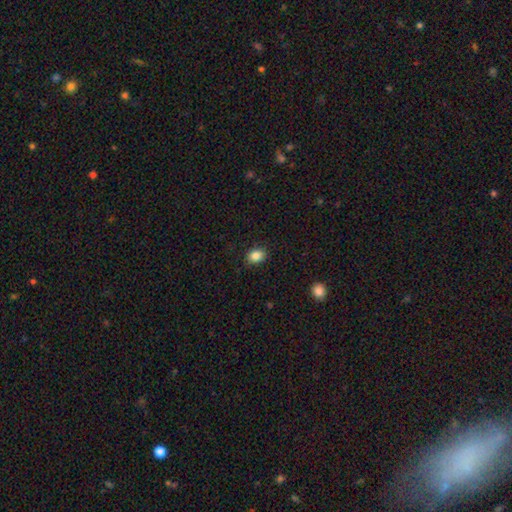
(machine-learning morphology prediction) A smooth galaxy with no disk features (86%) that is in between round and cigar-shaped (66%). Merging: none (87%).